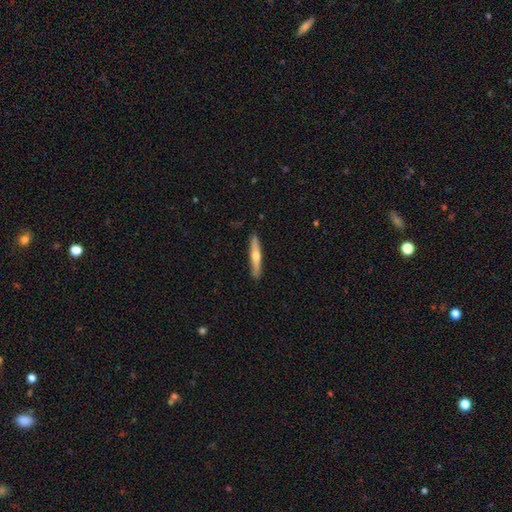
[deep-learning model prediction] A smooth galaxy with no disk features (48%). Merging: none (89%).